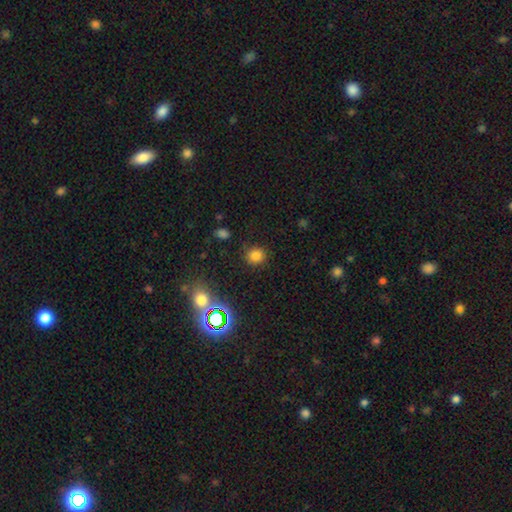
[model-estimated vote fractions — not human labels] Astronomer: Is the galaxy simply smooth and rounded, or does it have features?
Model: smooth — 77%.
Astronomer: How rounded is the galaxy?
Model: round — 85%.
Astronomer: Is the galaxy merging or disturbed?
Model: none — 83%.